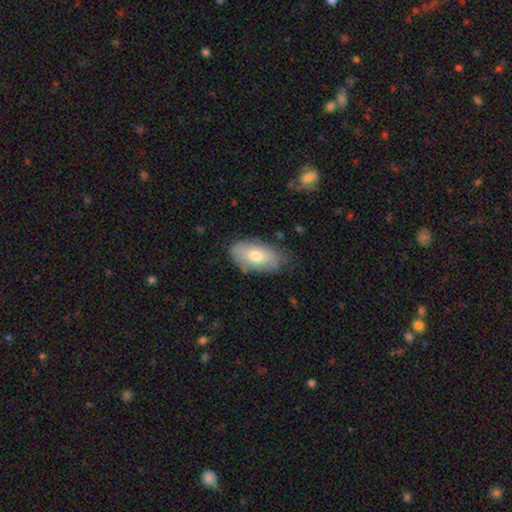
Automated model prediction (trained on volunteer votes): smooth-or-featured: smooth: 65% | featured or disk: 29% | star or artifact: 6%
  how-rounded: in between: 93% | round: 4% | cigar-shaped: 3%
  merging: none: 70% | minor disturbance: 23% | major disturbance: 5% | merger: 1%